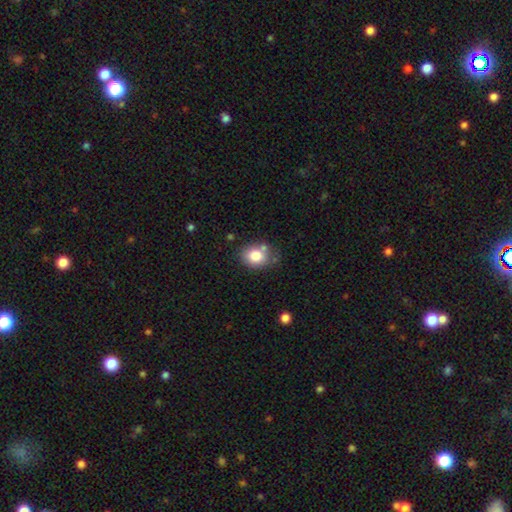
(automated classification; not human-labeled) smooth_or_featured: smooth (p=0.81) [alt: featured or disk p=0.10]
how_rounded: round (p=0.54) [alt: in between p=0.46]
merging: none (p=0.65) [alt: minor disturbance p=0.18]